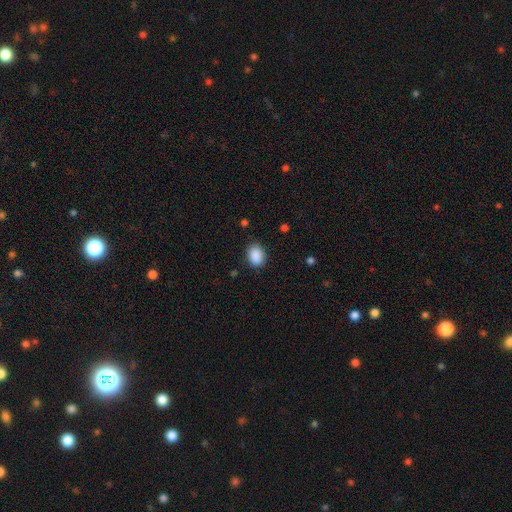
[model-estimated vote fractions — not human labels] Smooth or featured? smooth (90%)
How rounded? in between (74%)
Merging? none (85%)